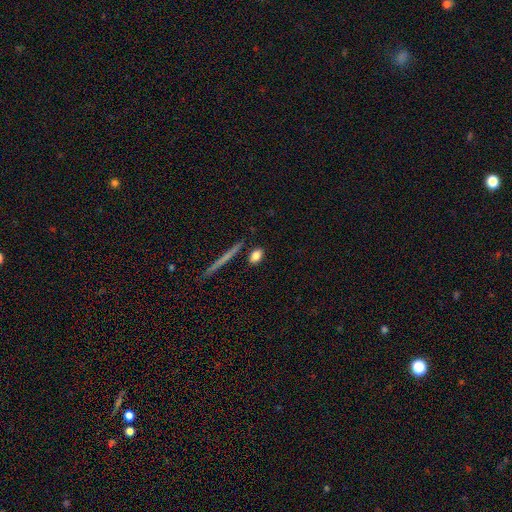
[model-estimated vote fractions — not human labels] Smooth or featured: smooth — 82% (featured or disk — 10%)
How rounded: in between — 70% (round — 20%)
Merging: none — 81% (minor disturbance — 11%)